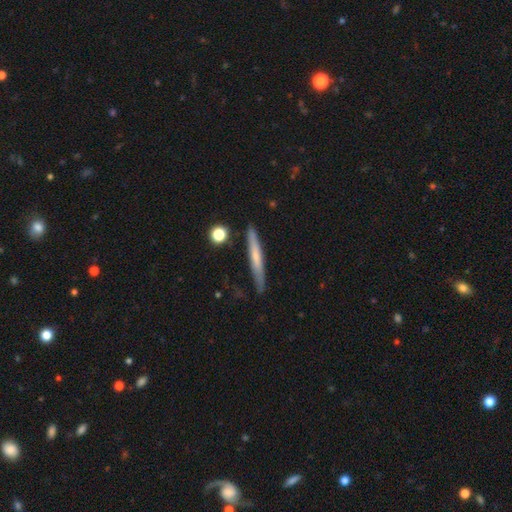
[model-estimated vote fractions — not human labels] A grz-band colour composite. It shows a smooth galaxy with no disk features (54%) that is cigar-shaped (95%). Merging: none (84%).